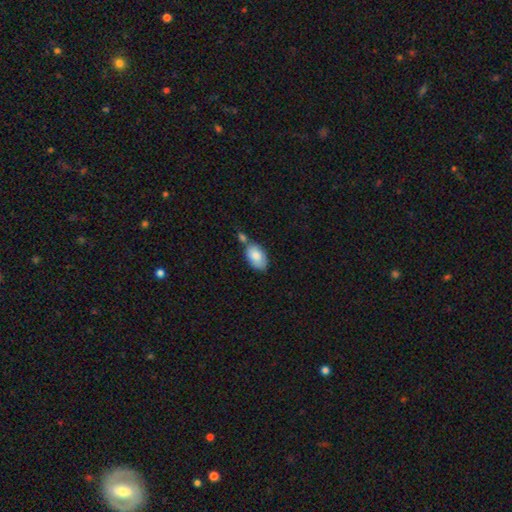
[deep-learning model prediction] This appears to be a smooth galaxy with no disk features (82%) that is in between round and cigar-shaped (93%). Merging: none (47%).